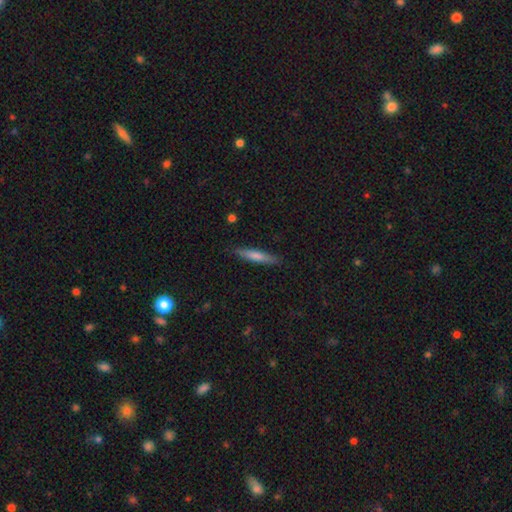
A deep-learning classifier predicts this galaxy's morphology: The model was most divided on "smooth or featured": smooth: 60%, featured or disk: 33%, star or artifact: 7%. More confident: how rounded — cigar-shaped (91%); merging — none (88%).